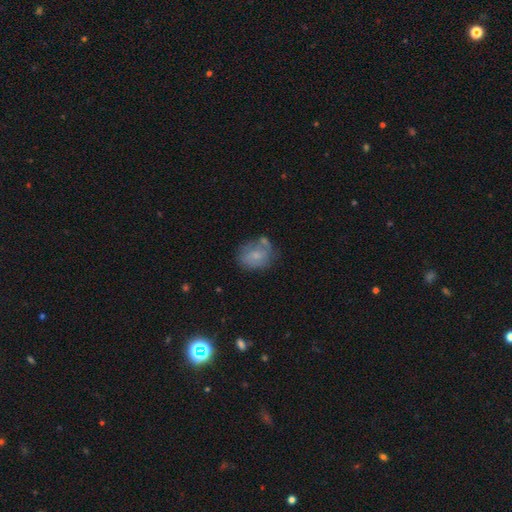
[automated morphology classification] smooth_or_featured: smooth (p=0.60) [alt: featured or disk p=0.31]
how_rounded: in between (p=0.52) [alt: round p=0.47]
merging: none (p=0.48) [alt: minor disturbance p=0.26]